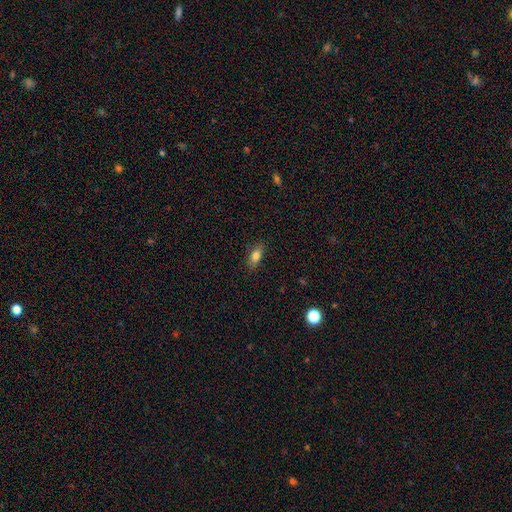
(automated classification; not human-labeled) smooth-or-featured: smooth: 81% | featured or disk: 11% | star or artifact: 9%
  how-rounded: in between: 81% | cigar-shaped: 13% | round: 6%
  merging: none: 84% | minor disturbance: 12% | major disturbance: 3% | merger: 1%